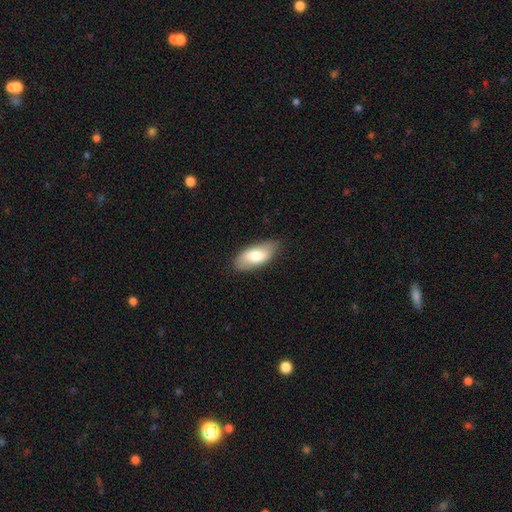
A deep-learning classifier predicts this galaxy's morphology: A smooth galaxy with no disk features (73%) that is in between round and cigar-shaped (88%).

Vote fractions:
- Smooth or featured? smooth: 73% / featured or disk: 21% / star or artifact: 6%
- How rounded? in between: 88% / cigar-shaped: 9% / round: 3%
- Merging? none: 82% / minor disturbance: 14% / major disturbance: 3% / merger: 1%